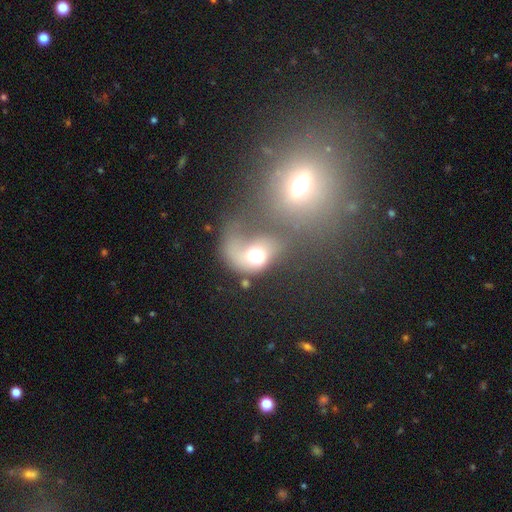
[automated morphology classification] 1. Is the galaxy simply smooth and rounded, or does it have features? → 50% smooth, 39% featured or disk, 12% star or artifact.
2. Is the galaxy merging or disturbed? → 41% major disturbance, 33% merger, 15% none, 11% minor disturbance.